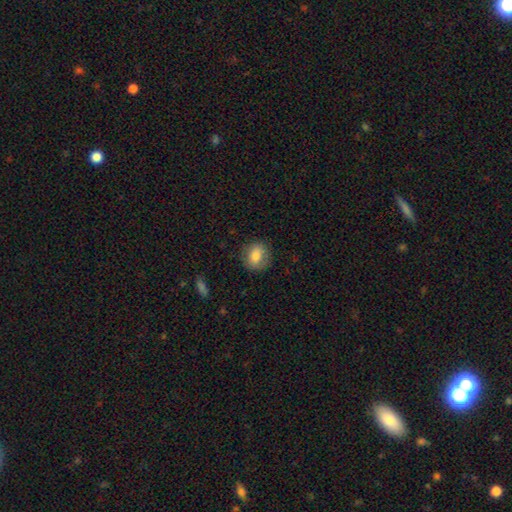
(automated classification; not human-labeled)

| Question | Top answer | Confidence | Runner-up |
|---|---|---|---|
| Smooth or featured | smooth | 78% | featured or disk (14%) |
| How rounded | round | 64% | in between (34%) |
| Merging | none | 81% | minor disturbance (14%) |